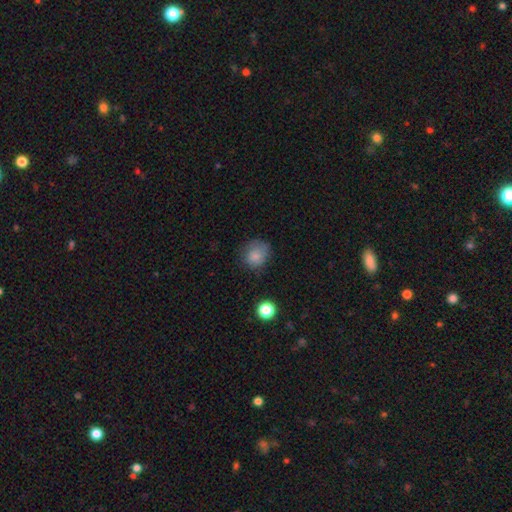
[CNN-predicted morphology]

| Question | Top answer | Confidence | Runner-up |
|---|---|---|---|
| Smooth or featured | smooth | 81% | star or artifact (11%) |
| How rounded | round | 72% | in between (27%) |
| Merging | none | 64% | minor disturbance (26%) |